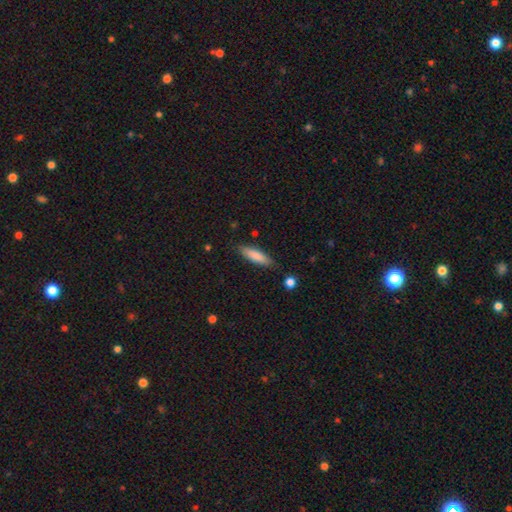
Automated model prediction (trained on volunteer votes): Smooth or featured? smooth (82%)
How rounded? cigar-shaped (60%)
Merging? none (83%)